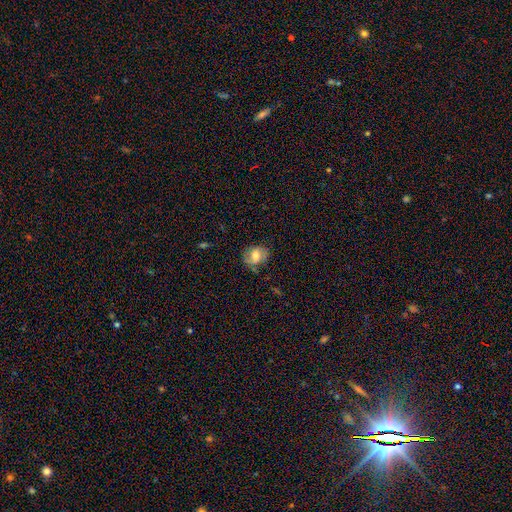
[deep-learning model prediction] Overall: smooth (55%; featured or disk 36%). How rounded: in between (54%; round 45%). Merging: none (68%).